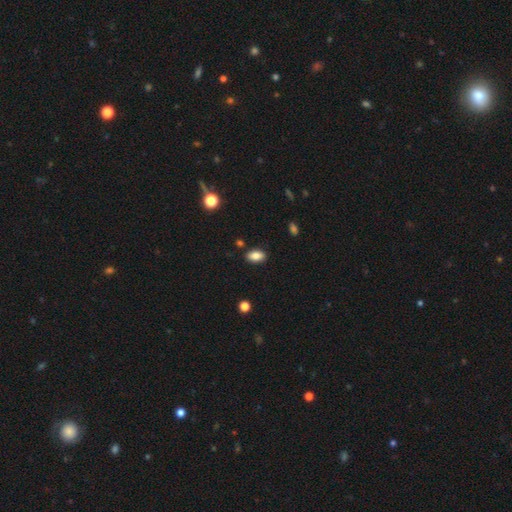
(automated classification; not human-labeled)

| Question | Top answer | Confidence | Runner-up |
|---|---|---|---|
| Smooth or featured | smooth | 84% | star or artifact (9%) |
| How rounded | in between | 91% | round (7%) |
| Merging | none | 86% | minor disturbance (10%) |